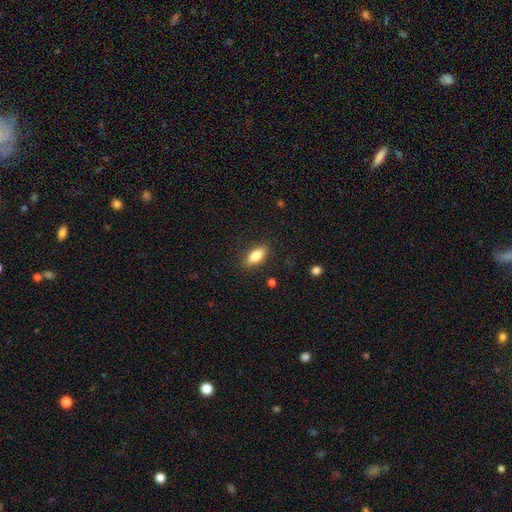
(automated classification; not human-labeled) A smooth galaxy with no disk features (80%) that is in between round and cigar-shaped (80%). Merging: none (86%).